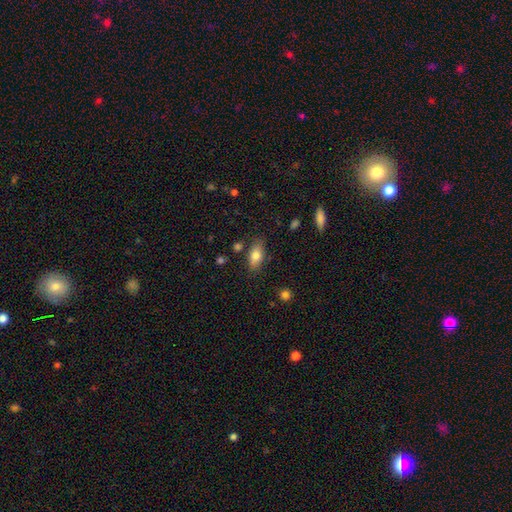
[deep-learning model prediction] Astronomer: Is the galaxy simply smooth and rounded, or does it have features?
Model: smooth — 79%.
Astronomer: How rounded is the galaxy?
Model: in between — 85%.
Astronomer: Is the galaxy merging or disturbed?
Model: none — 79%.